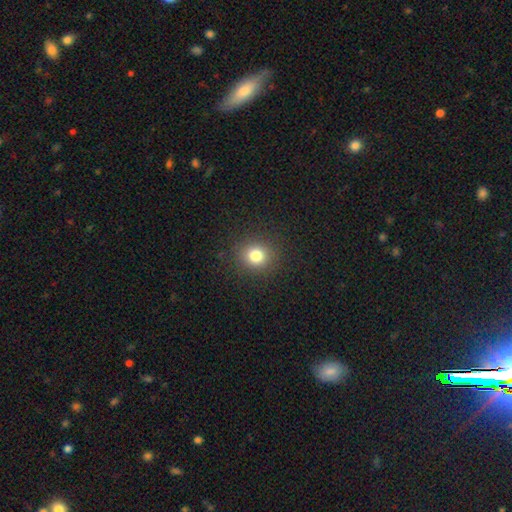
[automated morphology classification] Smooth or featured? smooth (80%)
How rounded? round (84%)
Merging? none (90%)